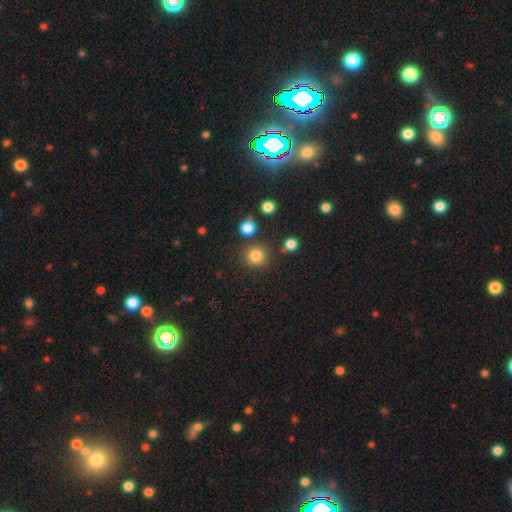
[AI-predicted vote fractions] smooth_or_featured: smooth (p=0.82) [alt: star or artifact p=0.13]
how_rounded: round (p=0.92) [alt: in between p=0.07]
merging: none (p=0.80) [alt: minor disturbance p=0.09]